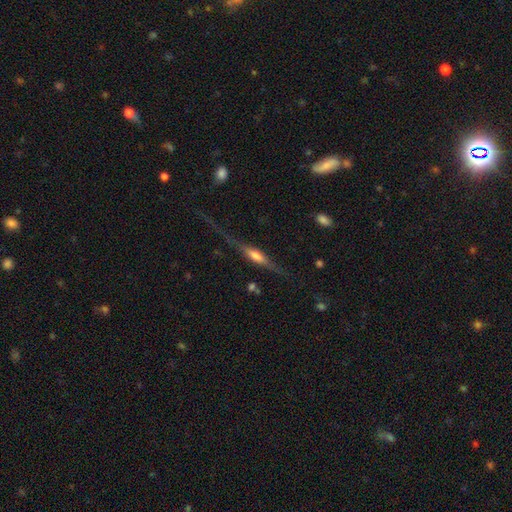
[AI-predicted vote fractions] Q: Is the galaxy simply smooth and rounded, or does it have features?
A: featured or disk — 74%.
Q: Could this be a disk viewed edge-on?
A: yes — 95%.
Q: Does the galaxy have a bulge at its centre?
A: rounded — 69%.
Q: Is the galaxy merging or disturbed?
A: none — 68%.